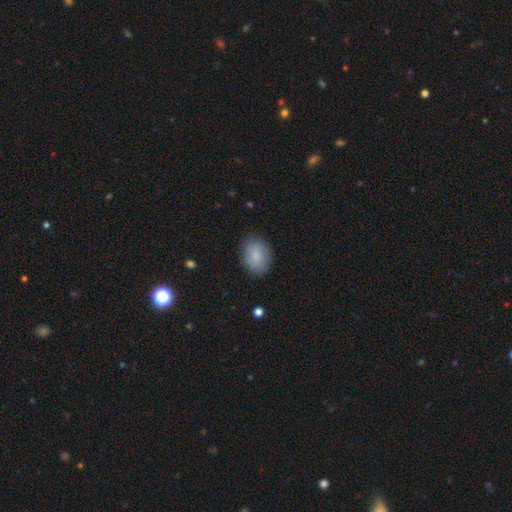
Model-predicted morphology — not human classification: A smooth galaxy with no disk features (85%) that is in between round and cigar-shaped (68%).

Vote fractions:
- Smooth or featured? smooth: 85% / featured or disk: 8% / star or artifact: 7%
- How rounded? in between: 68% / round: 31% / cigar-shaped: 1%
- Merging? none: 83% / minor disturbance: 13% / major disturbance: 3% / merger: 1%